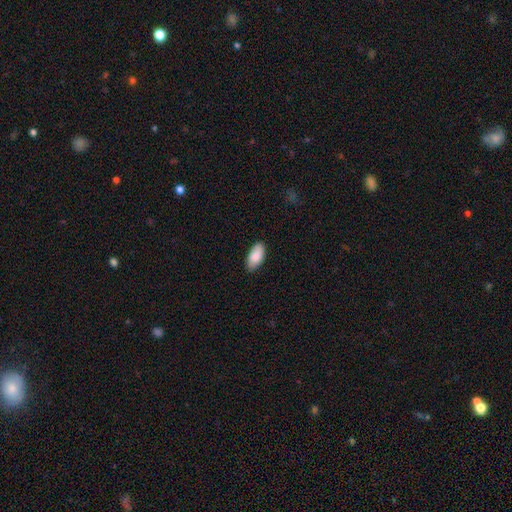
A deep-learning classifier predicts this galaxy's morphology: Smooth or featured? Predicted: smooth (p=0.89). How rounded? Predicted: in between (p=0.92). Merging? Predicted: none (p=0.84).